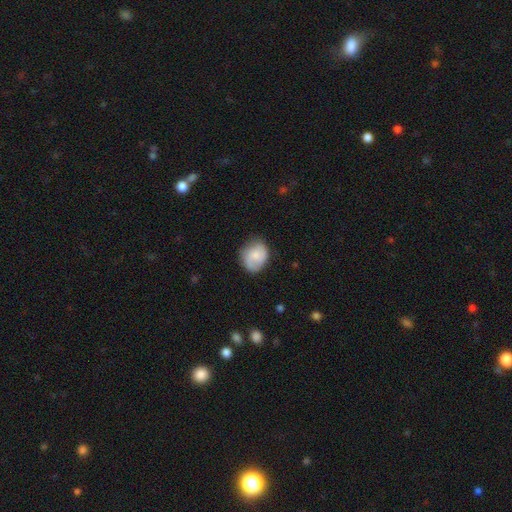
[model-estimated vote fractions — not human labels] Q: Smooth or featured?
A: smooth (61%); runner-up: featured or disk (32%)
Q: How rounded?
A: round (55%); runner-up: in between (44%)
Q: Merging?
A: none (68%); runner-up: minor disturbance (24%)